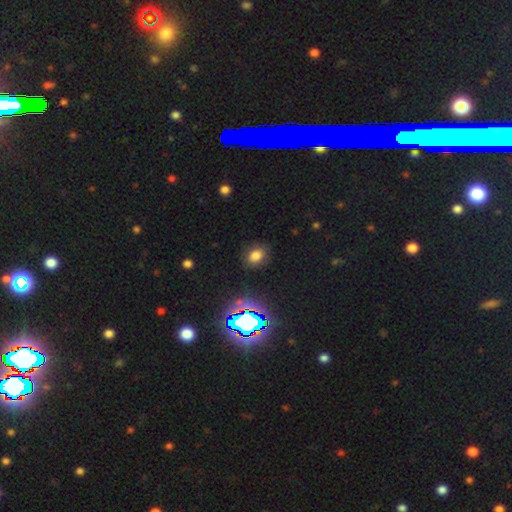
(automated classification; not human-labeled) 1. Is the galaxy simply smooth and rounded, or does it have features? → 70% smooth, 22% star or artifact, 9% featured or disk.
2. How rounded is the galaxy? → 60% in between, 38% round, 1% cigar-shaped.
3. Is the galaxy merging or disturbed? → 84% none, 11% minor disturbance, 3% major disturbance, 1% merger.